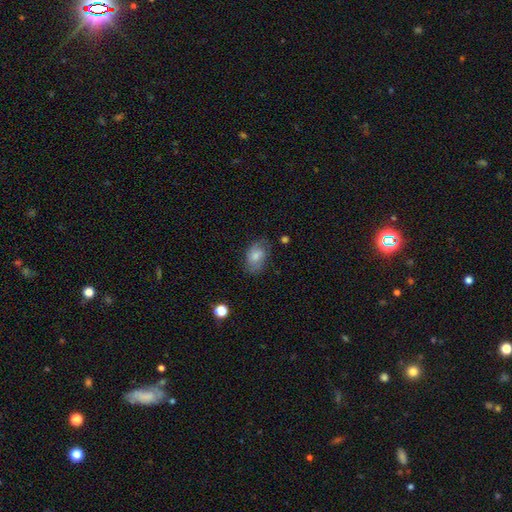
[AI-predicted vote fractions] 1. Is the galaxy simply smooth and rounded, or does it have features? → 69% smooth, 23% featured or disk, 8% star or artifact.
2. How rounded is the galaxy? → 85% in between, 14% round, 1% cigar-shaped.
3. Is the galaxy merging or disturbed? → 68% none, 23% minor disturbance, 8% major disturbance, 2% merger.